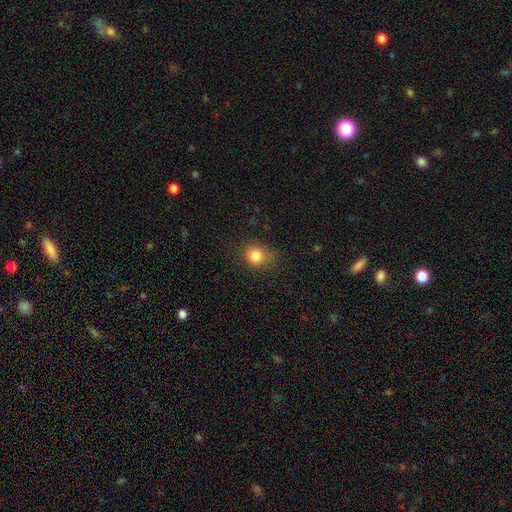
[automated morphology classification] Q: Smooth or featured?
A: smooth (82%); runner-up: star or artifact (12%)
Q: How rounded?
A: round (67%); runner-up: in between (32%)
Q: Merging?
A: none (76%); runner-up: minor disturbance (17%)